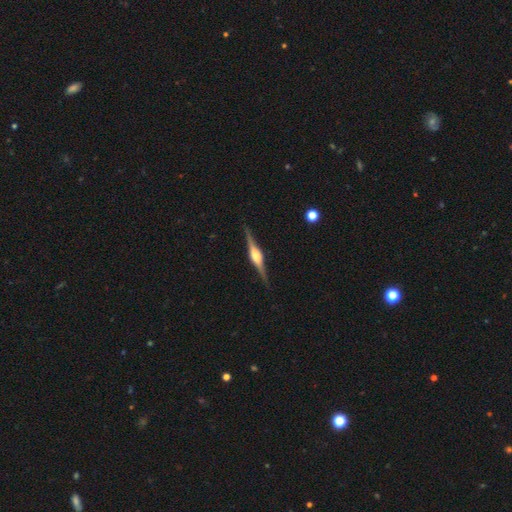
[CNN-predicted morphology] smooth-or-featured: featured or disk: 84% | smooth: 10% | star or artifact: 5%
  disk-edge-on: yes: 98% | no: 2%
    edge-on-bulge: rounded: 81% | boxy: 17% | none: 3%
  merging: none: 90% | minor disturbance: 7% | major disturbance: 2% | merger: 1%